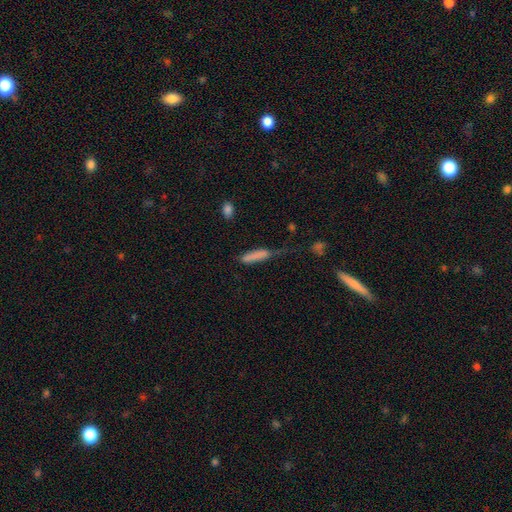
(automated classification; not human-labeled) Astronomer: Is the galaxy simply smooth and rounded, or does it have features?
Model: smooth — 77%.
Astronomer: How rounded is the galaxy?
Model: cigar-shaped — 77%.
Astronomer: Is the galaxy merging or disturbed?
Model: none — 35% (runner-up: minor disturbance, 30%).